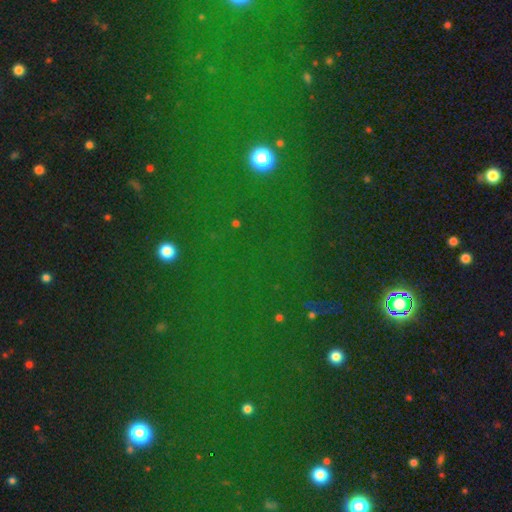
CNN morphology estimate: type=star or artifact (74%).